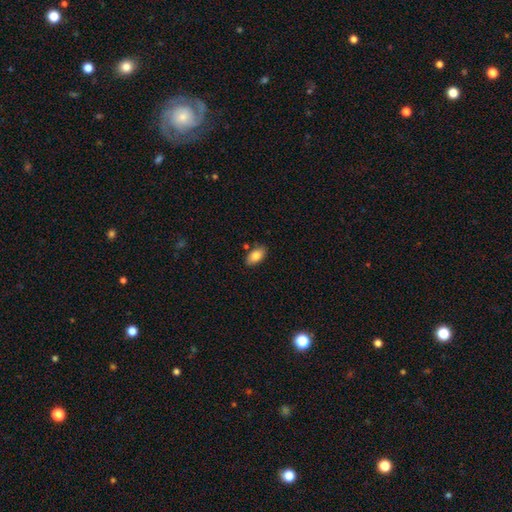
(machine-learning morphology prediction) type=smooth (84%); roundness=in between (93%); merging=none (80%).